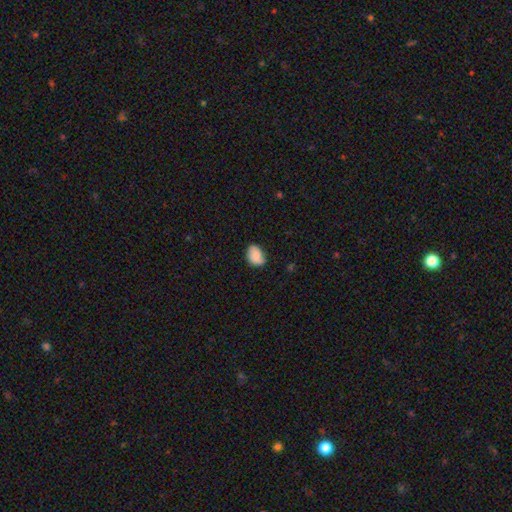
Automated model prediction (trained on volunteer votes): A smooth galaxy with no disk features (75%) that is in between round and cigar-shaped (74%). Merging: none (70%).